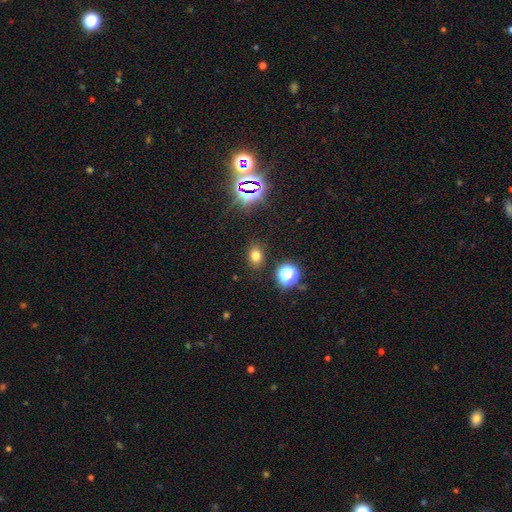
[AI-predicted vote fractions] smooth 73%, star or artifact 20%, featured or disk 7%. Down the decision tree: how rounded — in between (58%); merging — none (86%).